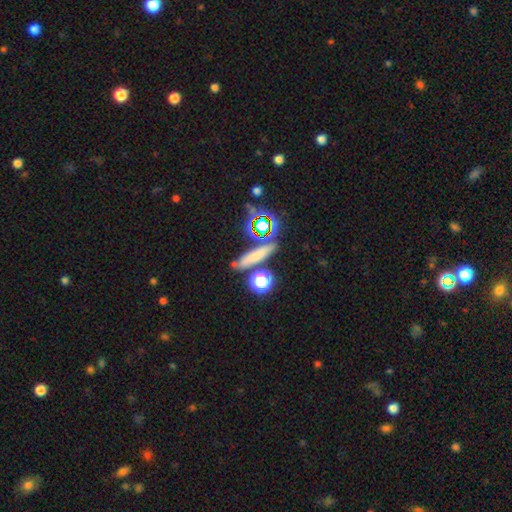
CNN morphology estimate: This is likely a smooth galaxy (62%). How rounded: likely cigar-shaped (67%). Merging: likely none (77%).